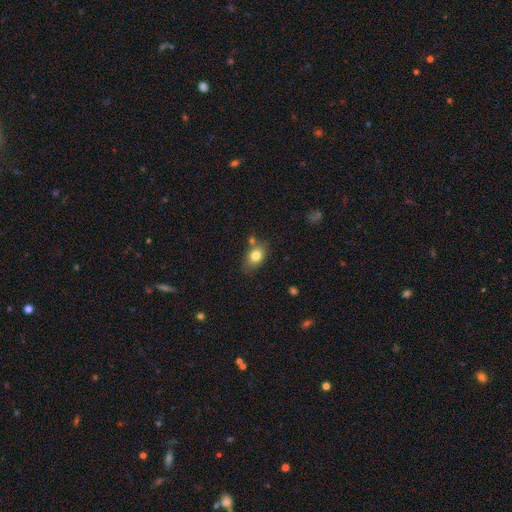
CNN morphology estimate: Smooth or featured: smooth — 80% (featured or disk — 11%)
How rounded: in between — 76% (round — 22%)
Merging: none — 69% (minor disturbance — 18%)